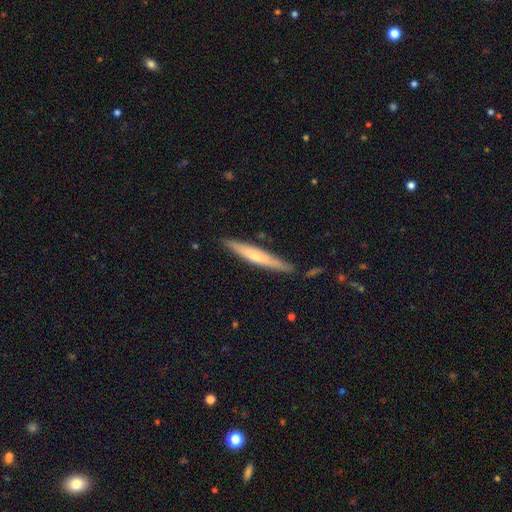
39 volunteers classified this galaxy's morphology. smooth-or-featured: smooth: 54% | featured or disk: 44% | star or artifact: 3%
  how-rounded: cigar-shaped: 95% | round: 5% | in between: 0%
  merging: none: 79% | minor disturbance: 16% | major disturbance: 3% | merger: 3%